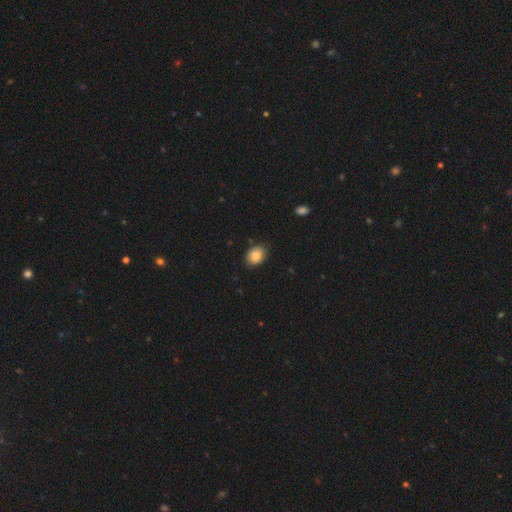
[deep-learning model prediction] Smooth or featured? smooth (87%)
How rounded? in between (66%)
Merging? none (83%)